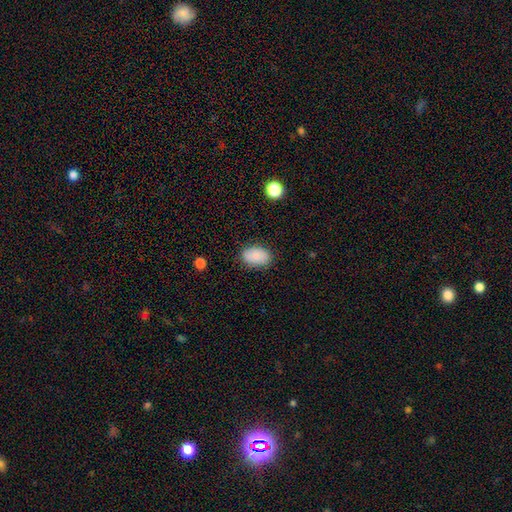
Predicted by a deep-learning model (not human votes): The model was most divided on "merging": none: 84%, minor disturbance: 12%, major disturbance: 3%, merger: 1%. More confident: how rounded — in between (90%); smooth or featured — smooth (88%).